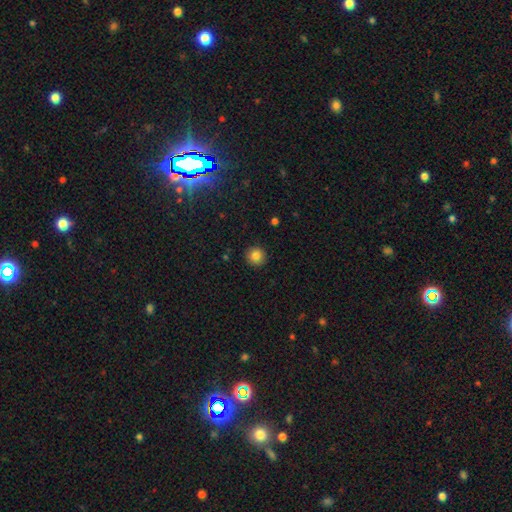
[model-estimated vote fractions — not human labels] smooth_or_featured: smooth (p=0.83) [alt: star or artifact p=0.11]
how_rounded: round (p=0.95) [alt: in between p=0.04]
merging: none (p=0.92) [alt: minor disturbance p=0.05]